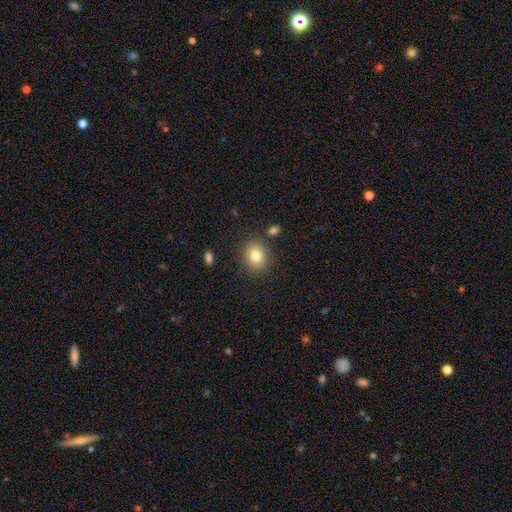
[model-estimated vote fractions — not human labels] A smooth galaxy with no disk features (81%) that is round (72%). Merging: none (85%).